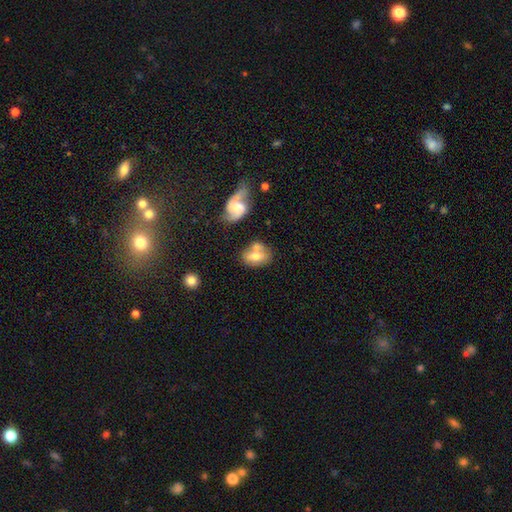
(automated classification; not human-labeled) The model was most divided on "merging": none: 41%, merger: 36%, minor disturbance: 16%, major disturbance: 7%. More confident: how rounded — in between (74%); smooth or featured — smooth (62%).